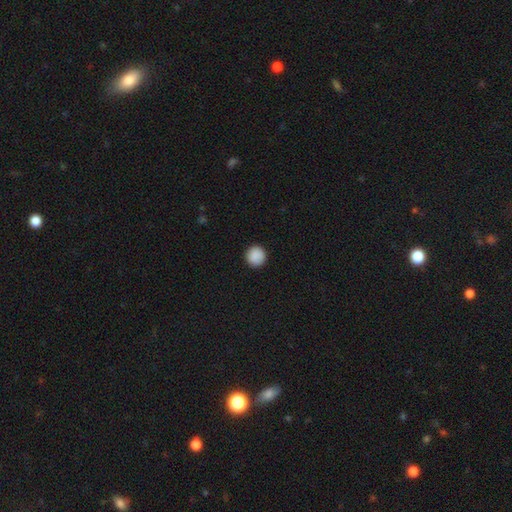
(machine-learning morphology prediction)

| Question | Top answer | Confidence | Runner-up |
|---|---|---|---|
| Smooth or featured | smooth | 89% | star or artifact (8%) |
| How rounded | round | 95% | in between (4%) |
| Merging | none | 93% | minor disturbance (5%) |